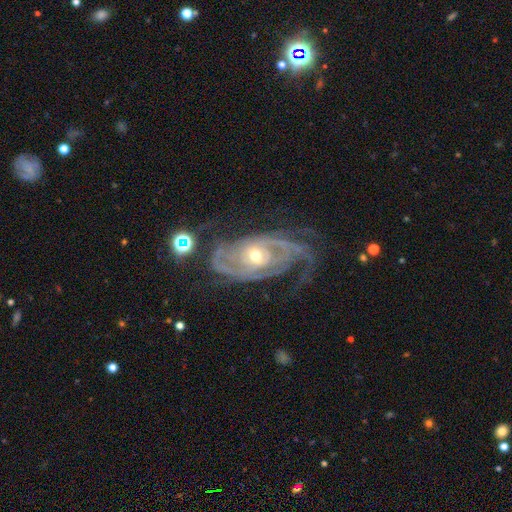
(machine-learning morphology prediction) type=featured or disk (90%); edge-on=no (95%); bar=no (62%); spiral arms=yes (95%); winding=tight (56%); arm count=2 (30%); bulge=moderate (56%); merging=none (56%).